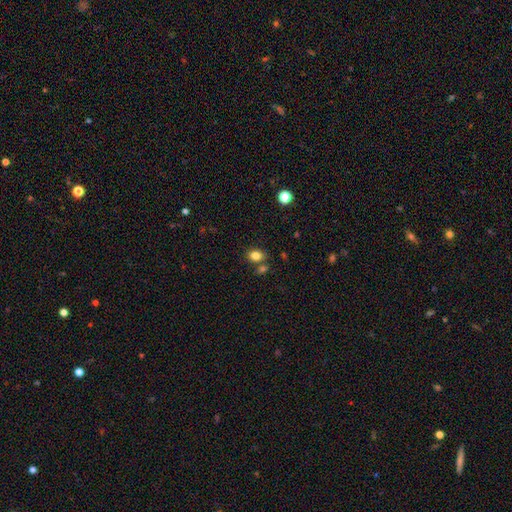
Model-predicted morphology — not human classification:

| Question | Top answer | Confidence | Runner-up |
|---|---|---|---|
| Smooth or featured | smooth | 82% | star or artifact (11%) |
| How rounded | in between | 60% | round (39%) |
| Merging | none | 70% | merger (14%) |